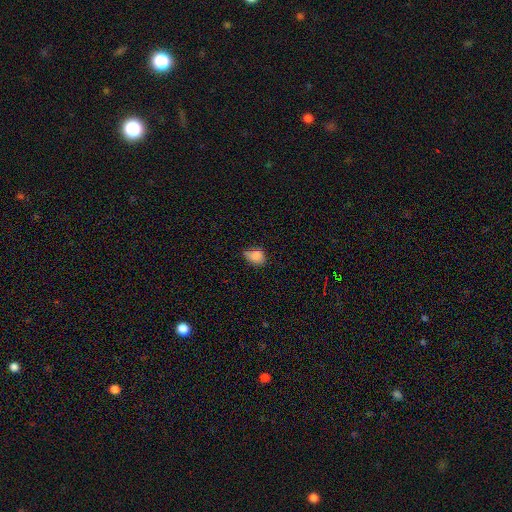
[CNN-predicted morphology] type=smooth (83%); roundness=in between (63%); merging=none (46%).